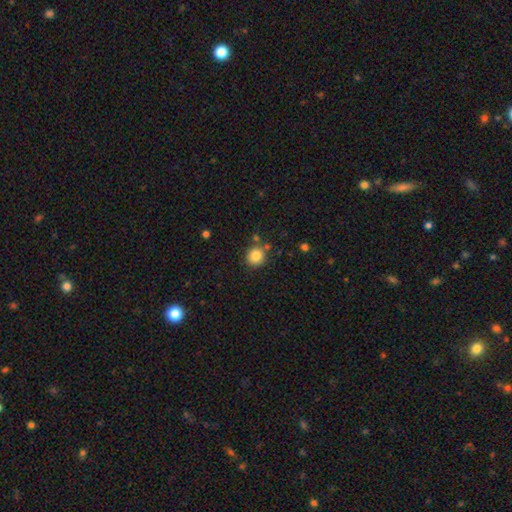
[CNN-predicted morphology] smooth_or_featured: smooth (p=0.84) [alt: star or artifact p=0.10]
how_rounded: round (p=0.91) [alt: in between p=0.09]
merging: none (p=0.81) [alt: minor disturbance p=0.09]